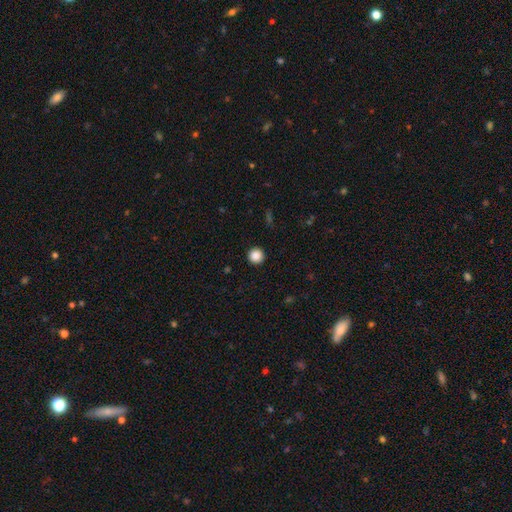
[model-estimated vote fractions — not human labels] The model was most divided on "smooth or featured": smooth: 87%, star or artifact: 10%, featured or disk: 3%. More confident: how rounded — round (96%); merging — none (93%).